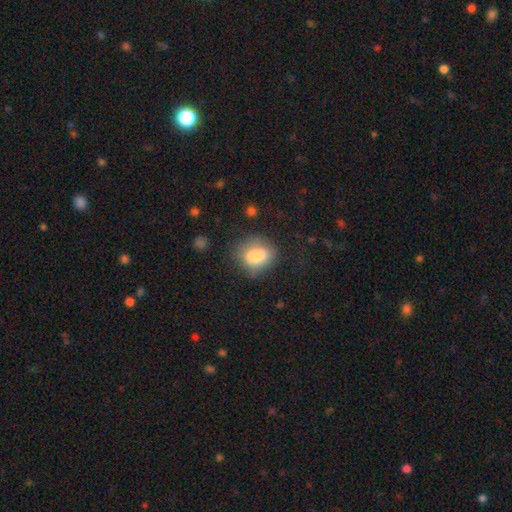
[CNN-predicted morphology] Smooth or featured: smooth — 81% (featured or disk — 11%)
How rounded: in between — 64% (round — 34%)
Merging: none — 64% (minor disturbance — 23%)